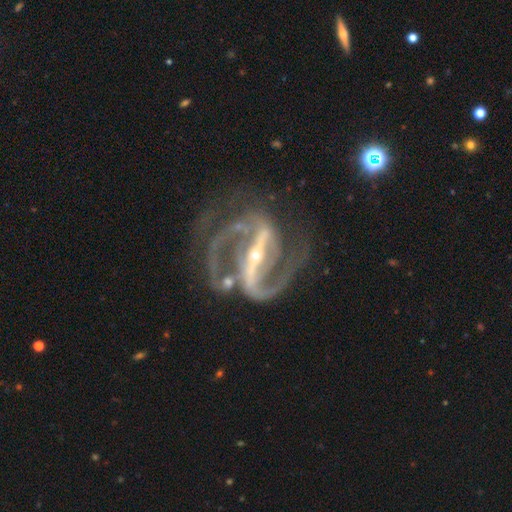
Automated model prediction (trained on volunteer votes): The model was most divided on "spiral winding": medium: 58%, tight: 25%, loose: 17%. More confident: spiral arms — yes (98%); edge-on disk — no (96%); smooth or featured — featured or disk (93%); spiral arm count — 2 (86%); bar — strong (85%); bulge size — small (82%); merging — none (59%).